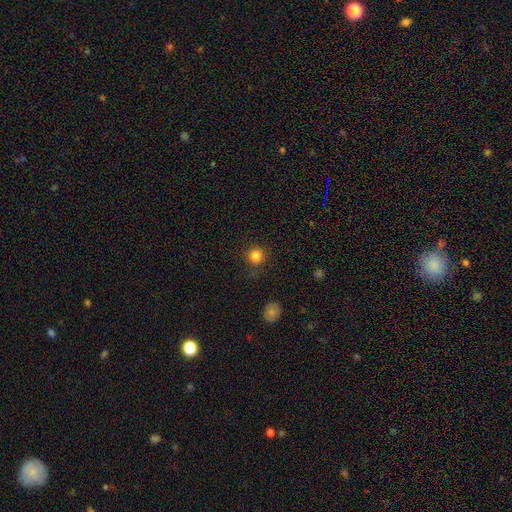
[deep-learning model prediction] Smooth or featured? Predicted: smooth (p=0.83). How rounded? Predicted: round (p=0.94). Merging? Predicted: none (p=0.87).